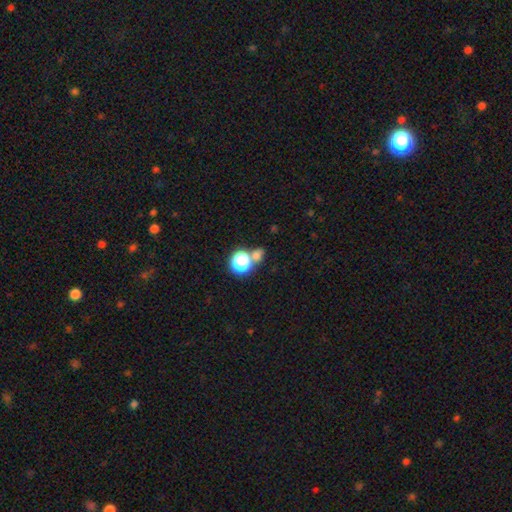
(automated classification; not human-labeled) This is likely a smooth galaxy (67%). How rounded: likely round (67%). Merging: possibly none (56%).